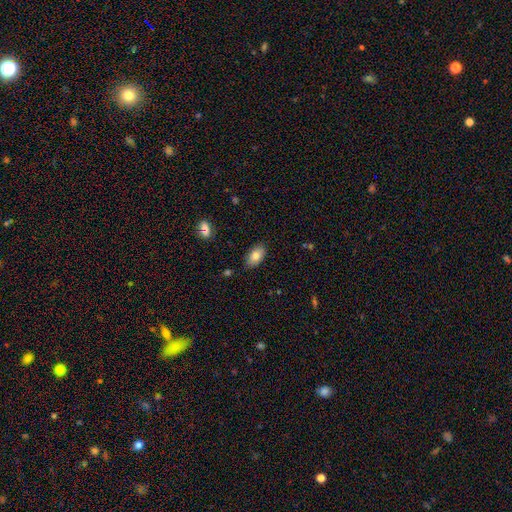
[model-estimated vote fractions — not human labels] smooth 81%, featured or disk 12%, star or artifact 7%. Down the decision tree: how rounded — in between (93%); merging — none (85%).